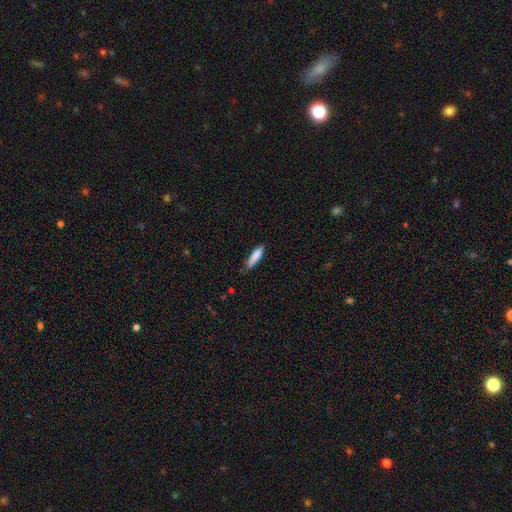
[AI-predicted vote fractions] Smooth or featured? Predicted: smooth (p=0.85). How rounded? Predicted: cigar-shaped (p=0.74). Merging? Predicted: none (p=0.73).